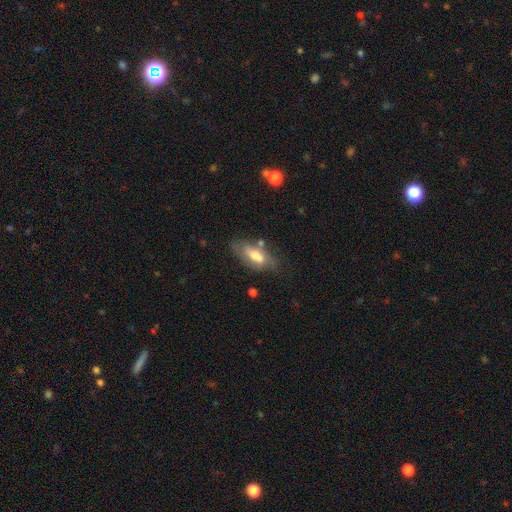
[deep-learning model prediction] smooth_or_featured: smooth (p=0.54) [alt: featured or disk p=0.38]
how_rounded: in between (p=0.78) [alt: cigar-shaped p=0.19]
merging: none (p=0.59) [alt: minor disturbance p=0.24]